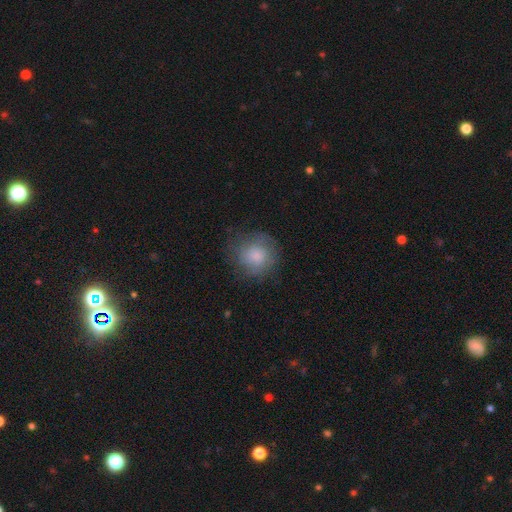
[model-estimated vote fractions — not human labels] Q: Smooth or featured?
A: smooth (68%); runner-up: featured or disk (23%)
Q: How rounded?
A: round (89%); runner-up: in between (10%)
Q: Merging?
A: none (73%); runner-up: minor disturbance (17%)